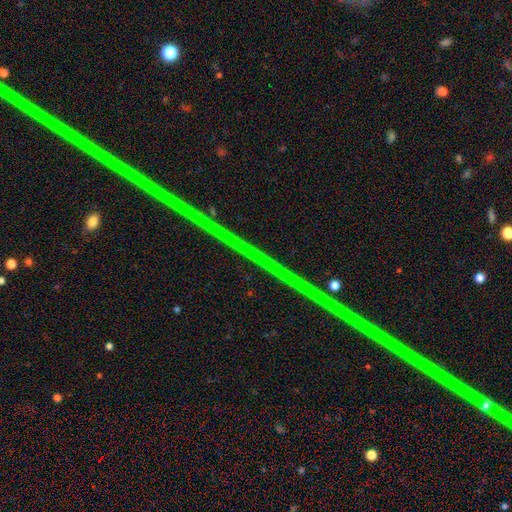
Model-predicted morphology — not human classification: This is clearly a star or artifact rather than a galaxy (89%).